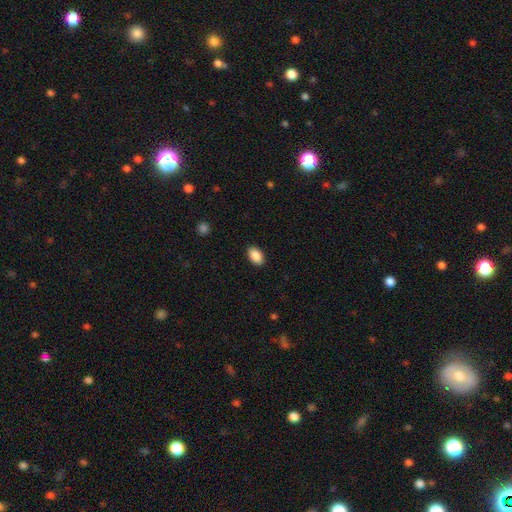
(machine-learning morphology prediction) A smooth galaxy with no disk features (89%) that is in between round and cigar-shaped (92%). Merging: none (90%).